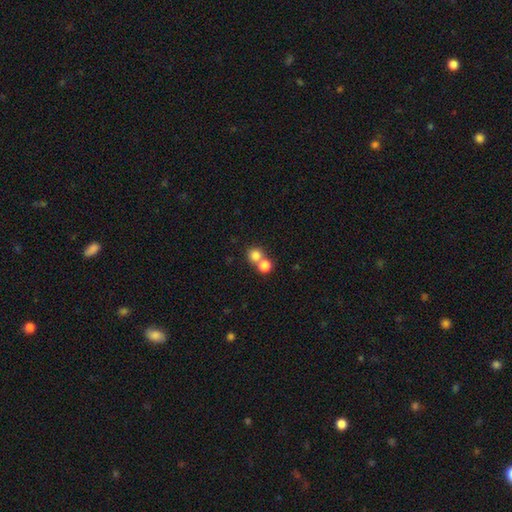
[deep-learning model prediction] The model was most divided on "merging": merger: 49%, none: 44%, minor disturbance: 5%, major disturbance: 2%. More confident: how rounded — round (88%); smooth or featured — smooth (79%).